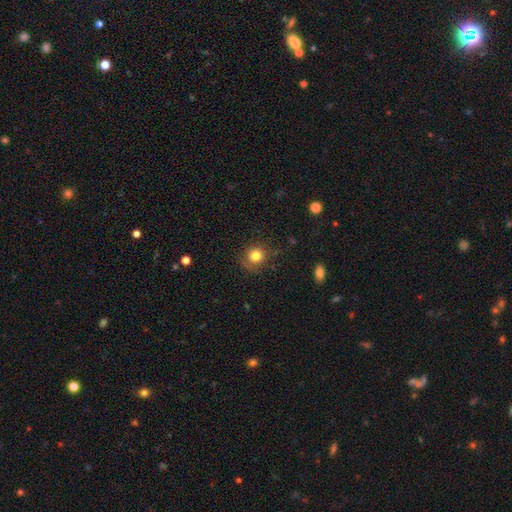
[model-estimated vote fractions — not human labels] A smooth galaxy with no disk features (81%) that is round (89%). Merging: none (77%).